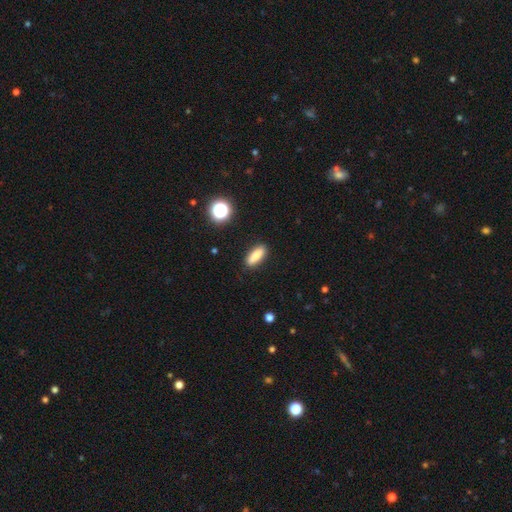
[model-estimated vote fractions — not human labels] Smooth or featured?
  - smooth: 83% *
  - star or artifact: 9%
  - featured or disk: 8%
How rounded?
  - in between: 56% *
  - cigar-shaped: 41%
  - round: 3%
Merging?
  - none: 89% *
  - minor disturbance: 8%
  - major disturbance: 2%
  - merger: 1%